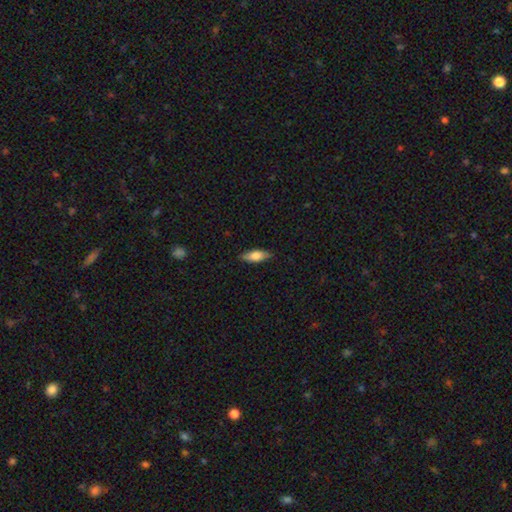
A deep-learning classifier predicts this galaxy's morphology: Q: Smooth or featured?
A: smooth (72%); runner-up: featured or disk (22%)
Q: How rounded?
A: in between (65%); runner-up: cigar-shaped (32%)
Q: Merging?
A: none (85%); runner-up: minor disturbance (12%)